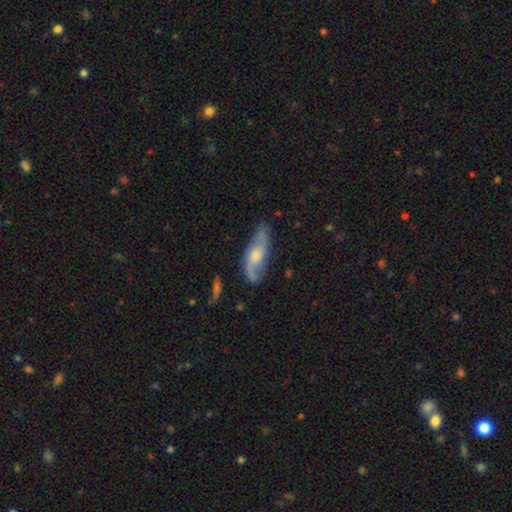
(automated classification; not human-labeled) Overall: featured or disk (71%). Edge-on disk: no (81%). Bar: no (63%; weak 31%). Spiral arms: yes (91%). Spiral arm count: 2 (83%). Spiral winding: loose (45%; medium 39%). Bulge size: moderate (57%; small 26%). Merging: none (75%).